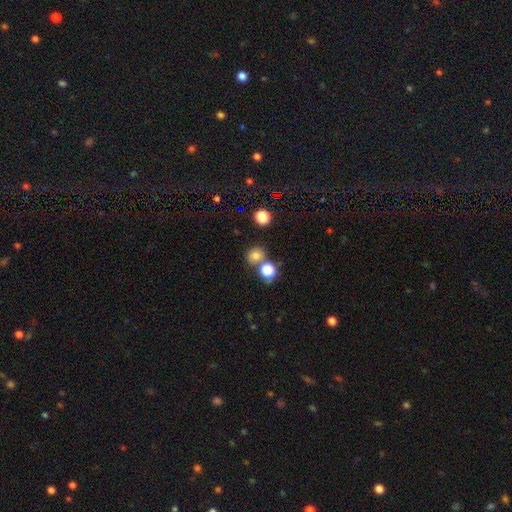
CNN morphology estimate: This appears to be a smooth galaxy with no disk features (75%) that is round (80%). Merging: none (67%).